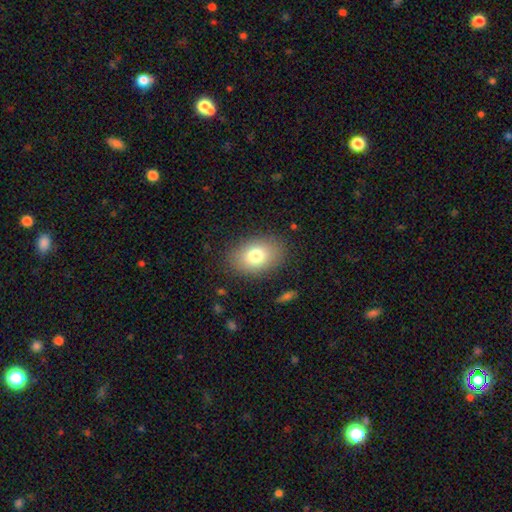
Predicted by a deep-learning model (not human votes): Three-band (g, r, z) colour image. It shows a smooth galaxy with no disk features (78%) that is in between round and cigar-shaped (80%). Merging: none (85%).